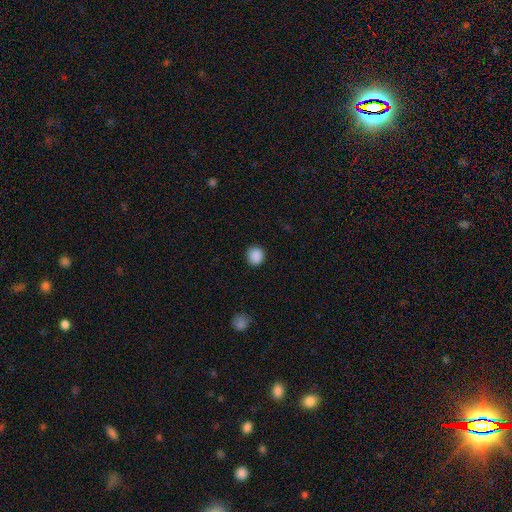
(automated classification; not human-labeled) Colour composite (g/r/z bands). It shows a smooth galaxy with no disk features (89%) that is round (86%). Merging: none (91%).